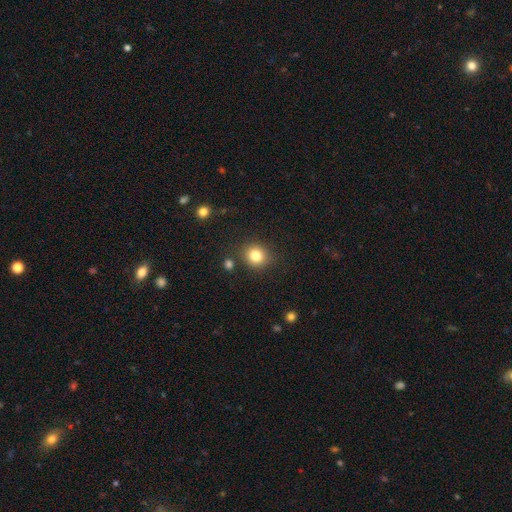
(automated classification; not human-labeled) smooth-or-featured: smooth: 82% | star or artifact: 12% | featured or disk: 7%
  how-rounded: round: 83% | in between: 16% | cigar-shaped: 1%
  merging: none: 85% | minor disturbance: 9% | merger: 4% | major disturbance: 3%